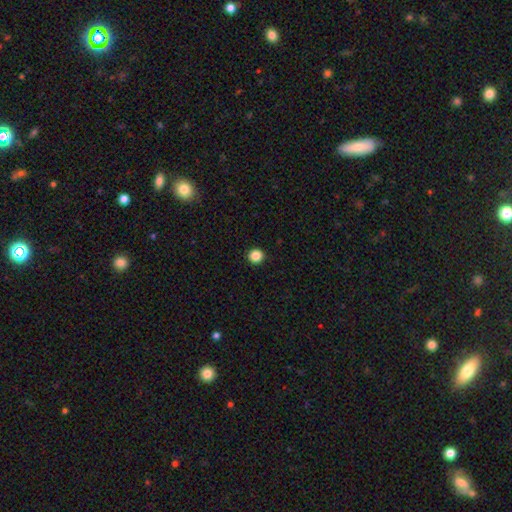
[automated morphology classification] A smooth galaxy with no disk features (87%) that is round (96%). Merging: none (94%).